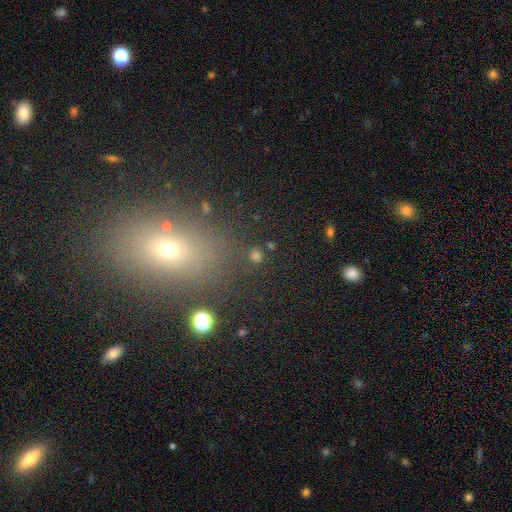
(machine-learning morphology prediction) smooth_or_featured: smooth (p=0.70) [alt: star or artifact p=0.24]
how_rounded: round (p=0.84) [alt: in between p=0.14]
merging: none (p=0.83) [alt: minor disturbance p=0.08]